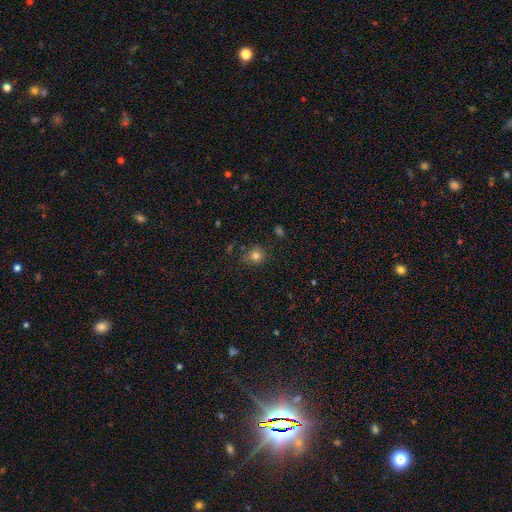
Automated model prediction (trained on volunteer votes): Smooth or featured?
  - smooth: 80% *
  - star or artifact: 13%
  - featured or disk: 7%
How rounded?
  - round: 82% *
  - in between: 18%
  - cigar-shaped: 1%
Merging?
  - none: 81% *
  - minor disturbance: 14%
  - major disturbance: 3%
  - merger: 2%